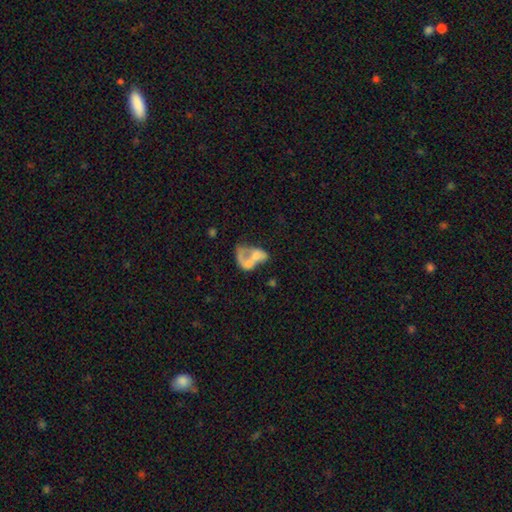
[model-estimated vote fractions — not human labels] smooth-or-featured: featured or disk: 47% | smooth: 42% | star or artifact: 12%
  merging: merger: 56% | major disturbance: 23% | none: 14% | minor disturbance: 8%